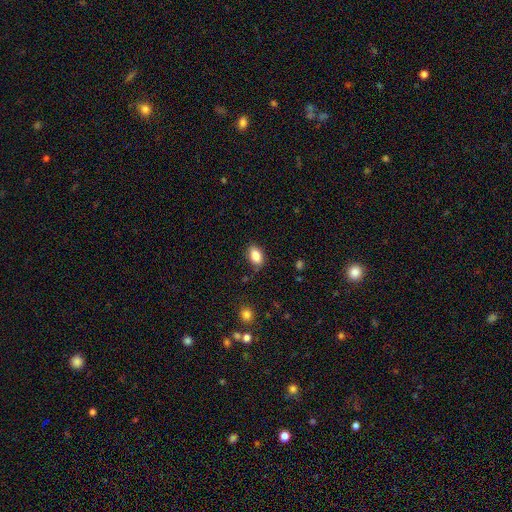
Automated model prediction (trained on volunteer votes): A smooth galaxy with no disk features (86%) that is in between round and cigar-shaped (89%).

Vote fractions:
- Smooth or featured? smooth: 86% / star or artifact: 8% / featured or disk: 6%
- How rounded? in between: 89% / round: 9% / cigar-shaped: 2%
- Merging? none: 82% / minor disturbance: 14% / major disturbance: 3% / merger: 2%